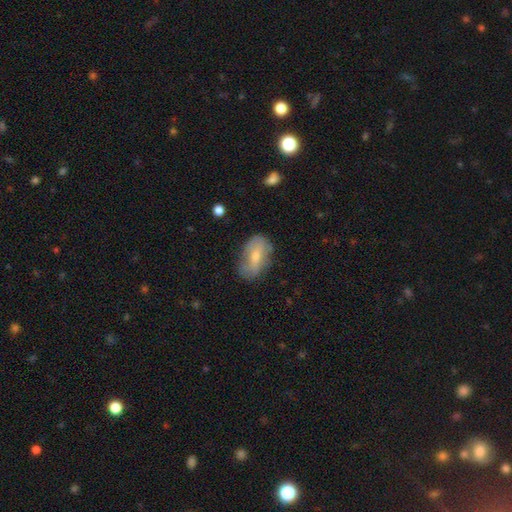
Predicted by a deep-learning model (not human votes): Smooth or featured: smooth — 58% (featured or disk — 35%)
How rounded: in between — 88% (round — 9%)
Merging: none — 68% (minor disturbance — 23%)